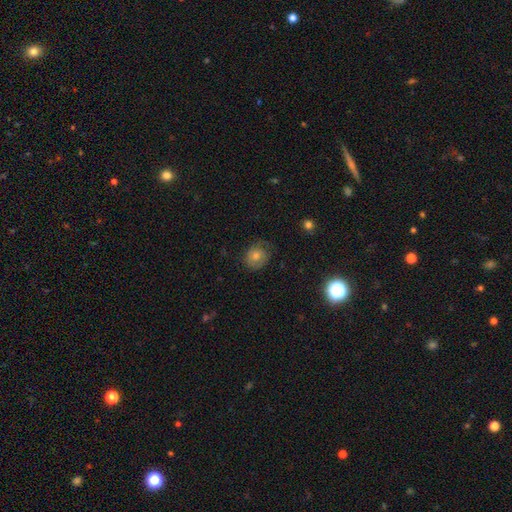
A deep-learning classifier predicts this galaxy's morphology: Smooth or featured?
  - smooth: 53% *
  - featured or disk: 31%
  - star or artifact: 15%
How rounded?
  - round: 75% *
  - in between: 24%
  - cigar-shaped: 1%
Merging?
  - none: 73% *
  - minor disturbance: 19%
  - major disturbance: 7%
  - merger: 1%